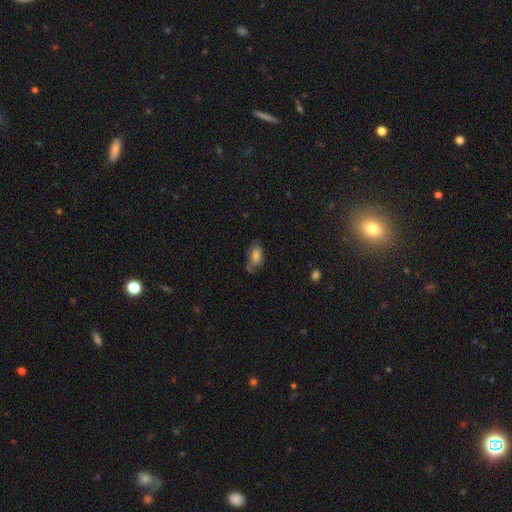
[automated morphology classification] A smooth galaxy with no disk features (77%) that is in between round and cigar-shaped (88%). Merging: none (55%).